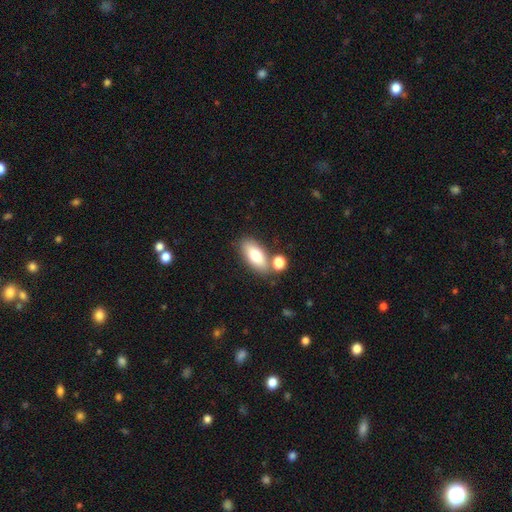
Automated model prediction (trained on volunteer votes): A smooth galaxy with no disk features (74%) that is in between round and cigar-shaped (81%).

Vote fractions:
- Smooth or featured? smooth: 74% / featured or disk: 19% / star or artifact: 7%
- How rounded? in between: 81% / cigar-shaped: 14% / round: 4%
- Merging? none: 68% / merger: 18% / minor disturbance: 11% / major disturbance: 3%